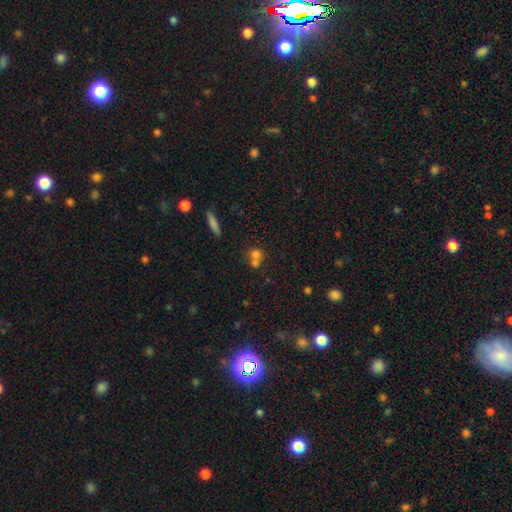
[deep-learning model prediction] smooth 69%, featured or disk 16%, star or artifact 15%. Down the decision tree: how rounded — round (74%); merging — merger (56%).